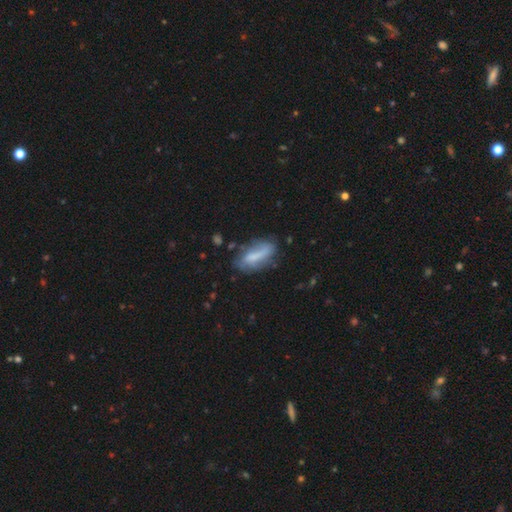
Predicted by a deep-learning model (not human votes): A smooth galaxy with no disk features (59%) that is in between round and cigar-shaped (68%).

Vote fractions:
- Smooth or featured? smooth: 59% / featured or disk: 32% / star or artifact: 8%
- How rounded? in between: 68% / cigar-shaped: 29% / round: 3%
- Merging? none: 56% / minor disturbance: 28% / major disturbance: 11% / merger: 5%